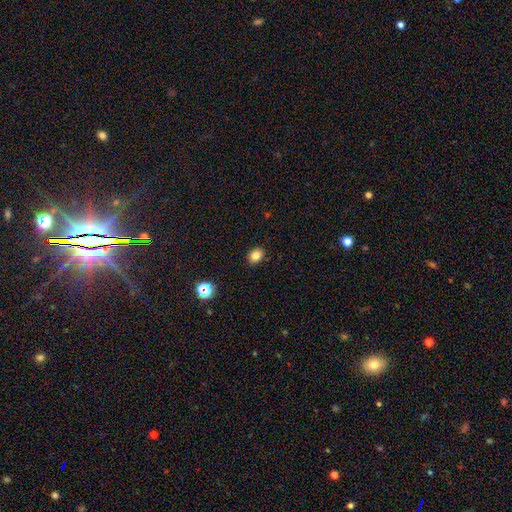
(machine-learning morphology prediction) This appears to be a smooth galaxy with no disk features (82%) that is in between round and cigar-shaped (59%). Merging: none (89%).